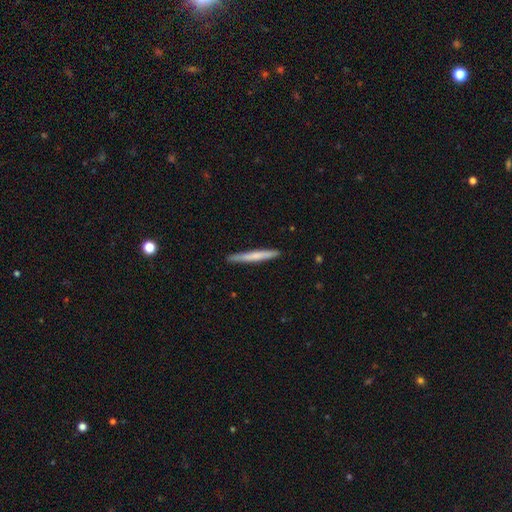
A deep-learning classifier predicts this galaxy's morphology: A smooth galaxy with no disk features (63%) that is cigar-shaped (97%).

Vote fractions:
- Smooth or featured? smooth: 63% / featured or disk: 31% / star or artifact: 5%
- How rounded? cigar-shaped: 97% / in between: 2% / round: 1%
- Merging? none: 90% / minor disturbance: 7% / major disturbance: 1% / merger: 1%